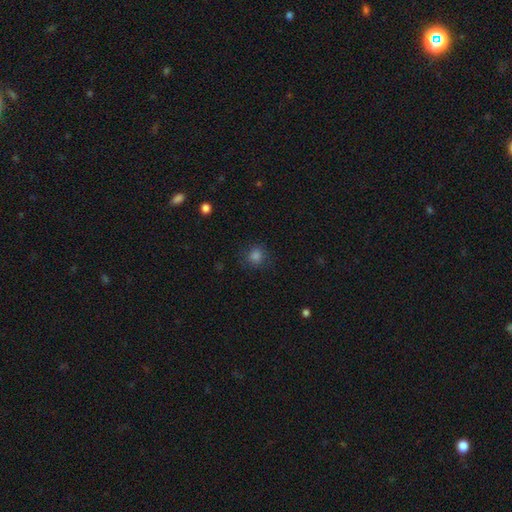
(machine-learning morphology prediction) Q: Smooth or featured?
A: smooth (80%); runner-up: star or artifact (15%)
Q: How rounded?
A: round (86%); runner-up: in between (13%)
Q: Merging?
A: none (82%); runner-up: minor disturbance (12%)